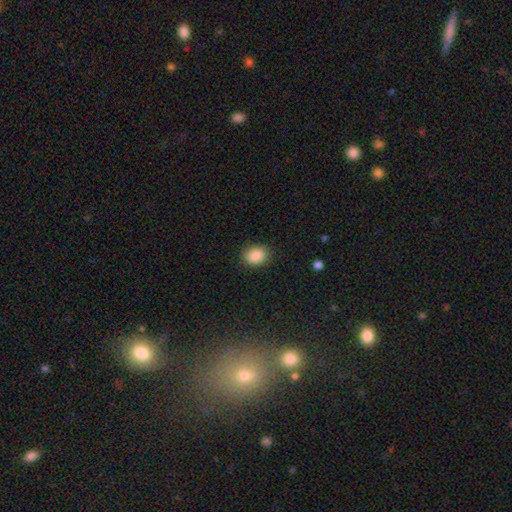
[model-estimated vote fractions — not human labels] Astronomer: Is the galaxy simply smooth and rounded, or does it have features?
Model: smooth — 87%.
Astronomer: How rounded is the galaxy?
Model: round — 58% (runner-up: in between, 41%).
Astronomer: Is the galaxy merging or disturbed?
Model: none — 87%.